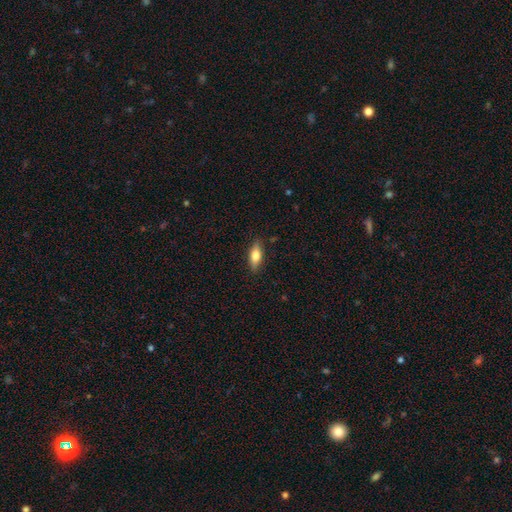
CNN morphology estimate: smooth 69%, featured or disk 25%, star or artifact 7%. Down the decision tree: how rounded — in between (70%); merging — none (87%).